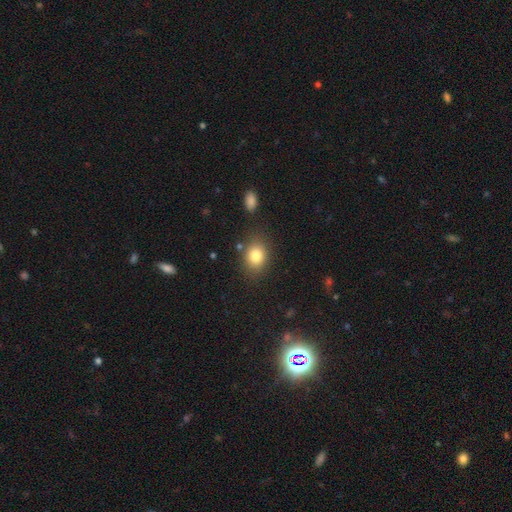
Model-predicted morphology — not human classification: Smooth or featured: smooth — 81% (star or artifact — 10%)
How rounded: in between — 56% (round — 43%)
Merging: none — 79% (minor disturbance — 12%)